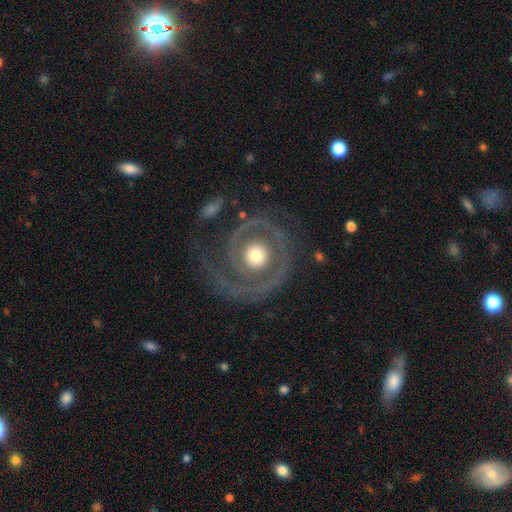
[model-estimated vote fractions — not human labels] Smooth or featured?
  - featured or disk: 80% *
  - smooth: 15%
  - star or artifact: 5%
Edge-on disk?
  - no: 97% *
  - yes: 3%
Bar?
  - no: 85% *
  - weak: 10%
  - strong: 5%
Spiral arms?
  - yes: 75% *
  - no: 25%
Spiral winding?
  - tight: 61% *
  - medium: 26%
  - loose: 13%
Spiral arm count?
  - 2: 50% *
  - 1: 23%
  - can't tell: 14%
  - 3: 6%
  - 4: 3%
  - more than 4: 3%
Bulge size?
  - moderate: 58% *
  - large: 29%
  - small: 8%
  - dominant: 3%
  - none: 1%
Merging?
  - none: 70% *
  - major disturbance: 15%
  - minor disturbance: 14%
  - merger: 2%